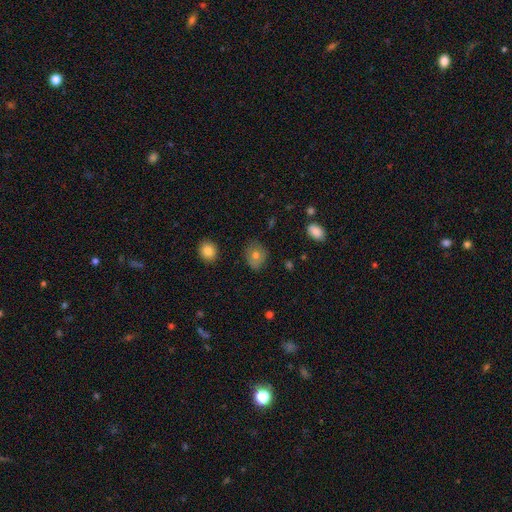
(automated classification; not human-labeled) Overall: smooth (69%). How rounded: round (58%; in between 41%). Merging: none (76%).